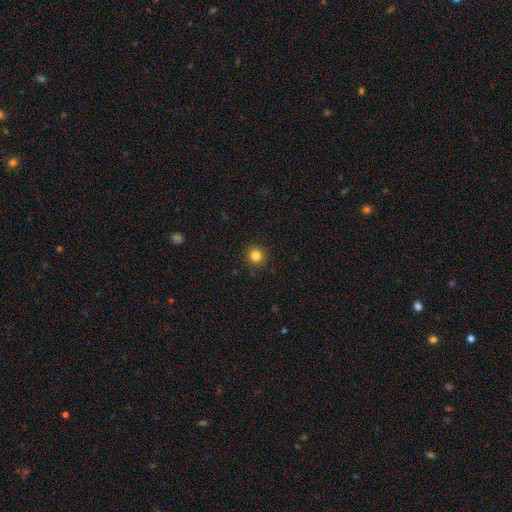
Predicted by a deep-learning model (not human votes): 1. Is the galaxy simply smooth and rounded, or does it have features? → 83% smooth, 12% star or artifact, 5% featured or disk.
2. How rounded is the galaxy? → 94% round, 5% in between, 1% cigar-shaped.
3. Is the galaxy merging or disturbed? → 91% none, 6% minor disturbance, 2% major disturbance, 1% merger.